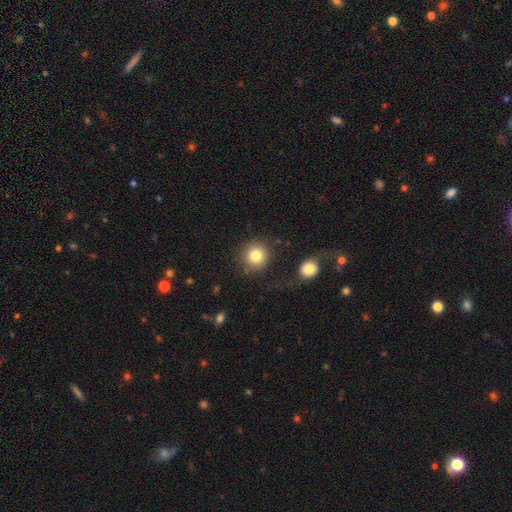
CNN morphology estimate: A smooth galaxy with no disk features (82%) that is round (92%).

Vote fractions:
- Smooth or featured? smooth: 82% / star or artifact: 9% / featured or disk: 8%
- How rounded? round: 92% / in between: 7% / cigar-shaped: 1%
- Merging? none: 80% / minor disturbance: 9% / merger: 6% / major disturbance: 5%